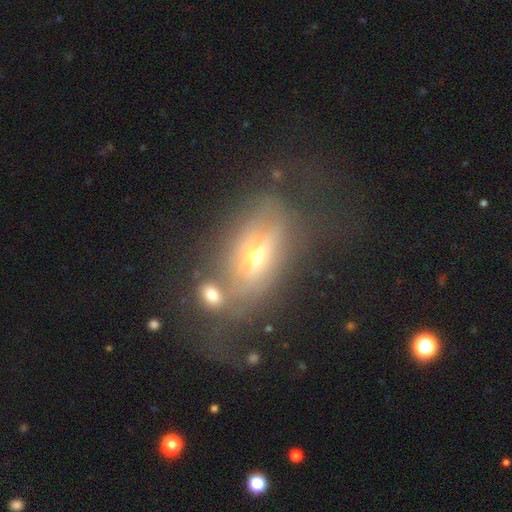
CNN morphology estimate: This is possibly a featured or disk galaxy (57%). It is likely not viewed edge-on (71%). Merging: marginally none (35%).